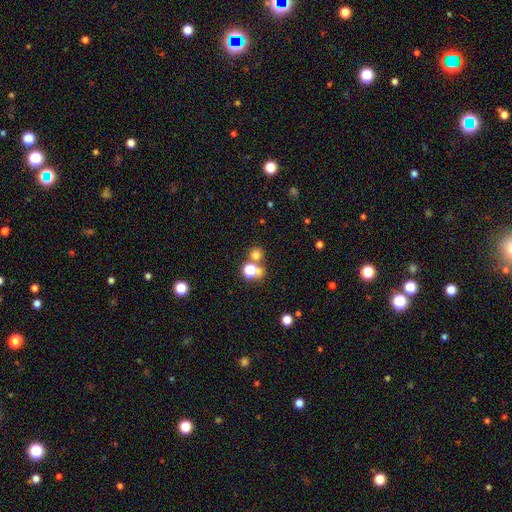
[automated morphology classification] Smooth or featured? smooth (69%)
How rounded? round (88%)
Merging? none (62%)